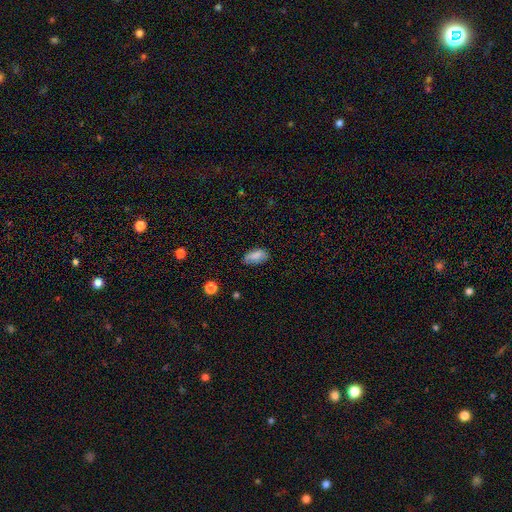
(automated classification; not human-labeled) smooth-or-featured: smooth: 82% | featured or disk: 10% | star or artifact: 8%
  how-rounded: in between: 90% | cigar-shaped: 7% | round: 3%
  merging: none: 69% | minor disturbance: 24% | major disturbance: 5% | merger: 2%